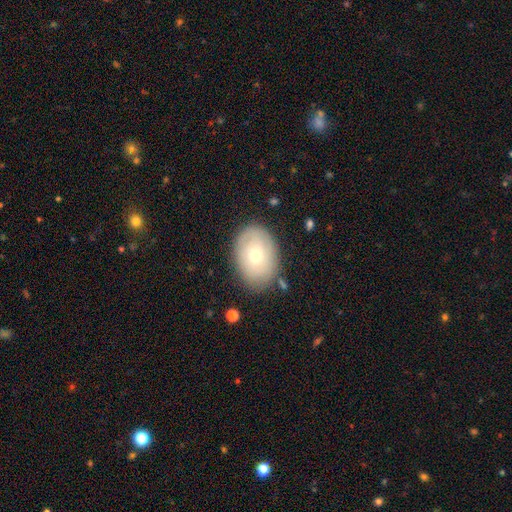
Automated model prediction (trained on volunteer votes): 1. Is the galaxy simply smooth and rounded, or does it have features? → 56% smooth, 37% featured or disk, 7% star or artifact.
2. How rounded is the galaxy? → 74% in between, 25% round, 1% cigar-shaped.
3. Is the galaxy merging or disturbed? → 79% none, 15% minor disturbance, 4% major disturbance, 2% merger.